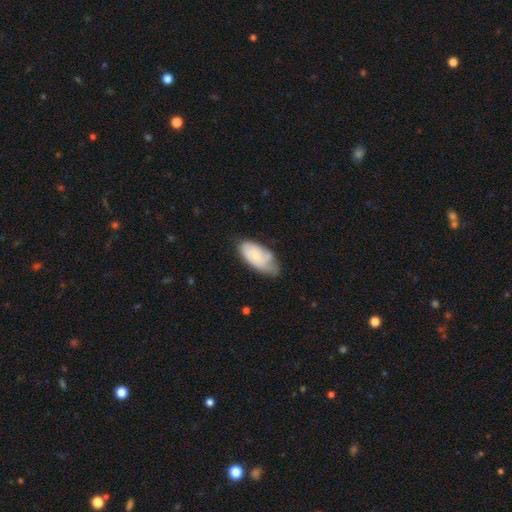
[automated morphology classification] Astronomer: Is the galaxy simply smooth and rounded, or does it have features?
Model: smooth — 55% (runner-up: featured or disk, 39%).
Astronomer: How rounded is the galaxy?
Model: in between — 92%.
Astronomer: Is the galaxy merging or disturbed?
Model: none — 48% (runner-up: minor disturbance, 38%).